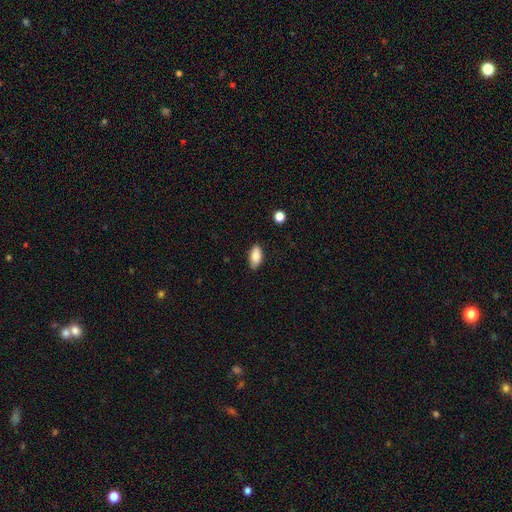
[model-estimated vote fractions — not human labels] smooth 87%, star or artifact 7%, featured or disk 5%. Down the decision tree: how rounded — in between (91%); merging — none (82%).